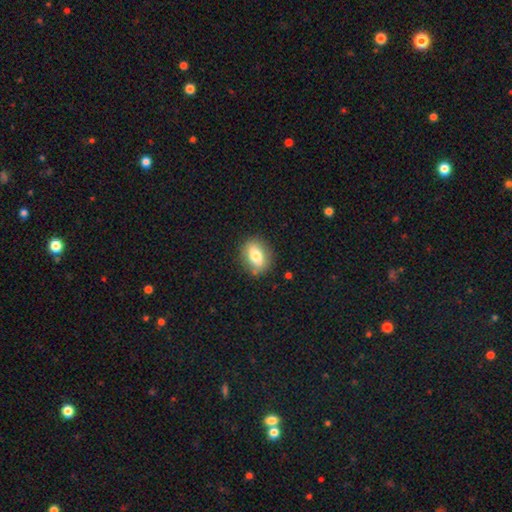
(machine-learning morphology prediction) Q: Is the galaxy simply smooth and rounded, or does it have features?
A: smooth — 69%.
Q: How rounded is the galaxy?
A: in between — 69%.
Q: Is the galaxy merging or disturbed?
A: none — 84%.